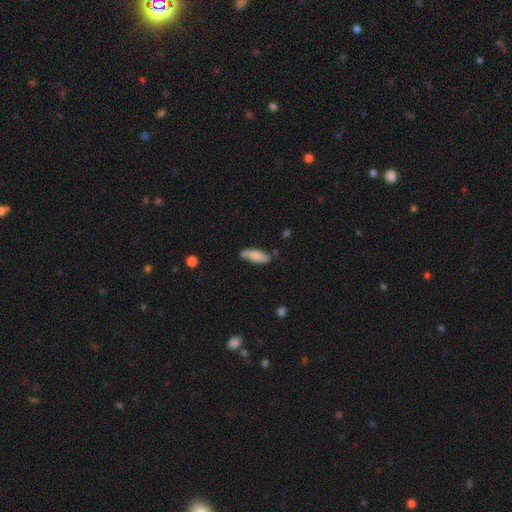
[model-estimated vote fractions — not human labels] Smooth or featured? smooth (74%)
How rounded? in between (61%)
Merging? none (63%)